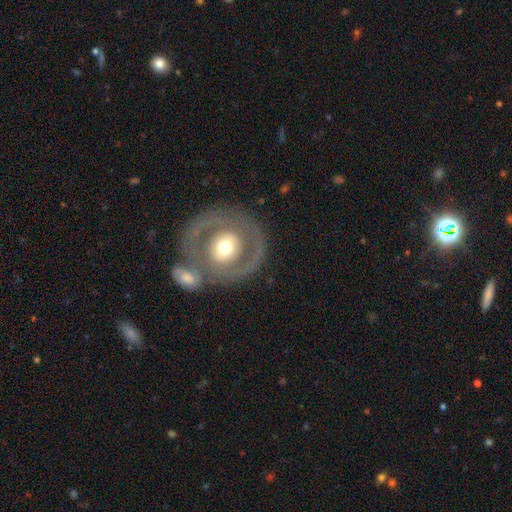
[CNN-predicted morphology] Overall: featured or disk (70%). Edge-on disk: no (95%). Bar: no (72%). Spiral arms: no (55%; yes 45%). Bulge size: moderate (71%). Merging: none (64%).